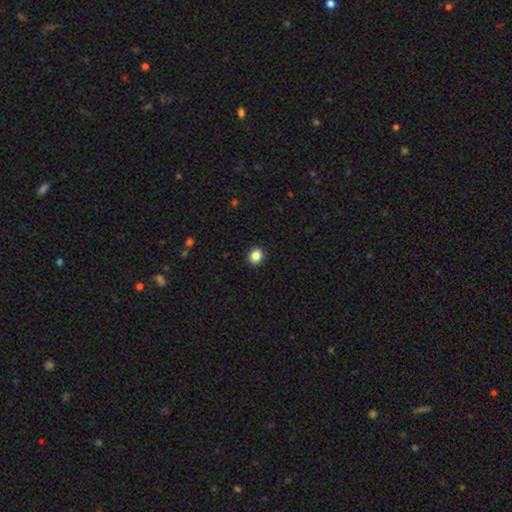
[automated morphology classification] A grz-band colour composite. It shows a smooth galaxy with no disk features (86%) that is round (79%). Merging: none (93%).